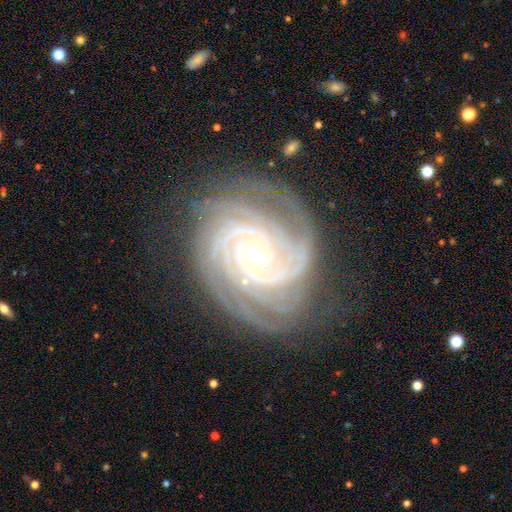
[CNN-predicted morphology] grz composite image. It shows a featured or disk galaxy (93%) with no bar (67%), 3 (28%) tight (83%) spiral arms (99%) and a moderate central bulge (55%). Merging: none (77%).